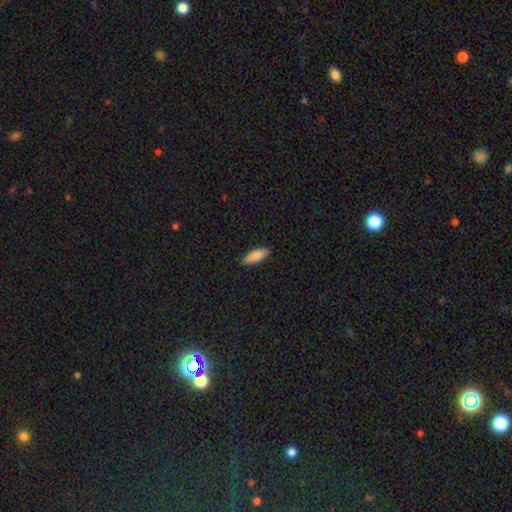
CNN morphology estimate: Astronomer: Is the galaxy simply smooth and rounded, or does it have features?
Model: smooth — 87%.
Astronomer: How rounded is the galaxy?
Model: in between — 72%.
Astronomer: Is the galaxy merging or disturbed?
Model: none — 86%.